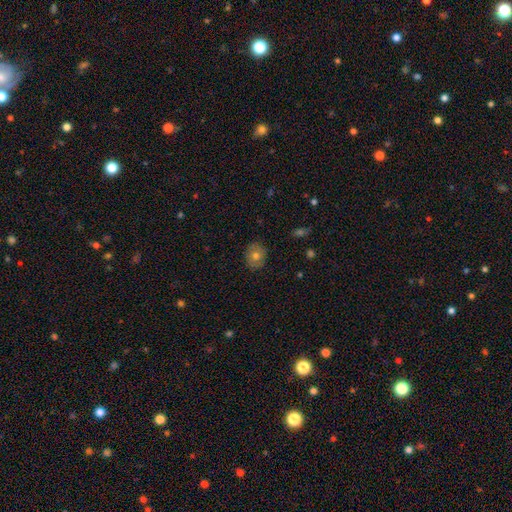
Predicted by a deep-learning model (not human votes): A smooth galaxy with no disk features (73%) that is round (68%).

Vote fractions:
- Smooth or featured? smooth: 73% / featured or disk: 16% / star or artifact: 10%
- How rounded? round: 68% / in between: 31% / cigar-shaped: 1%
- Merging? none: 87% / minor disturbance: 10% / major disturbance: 2% / merger: 1%